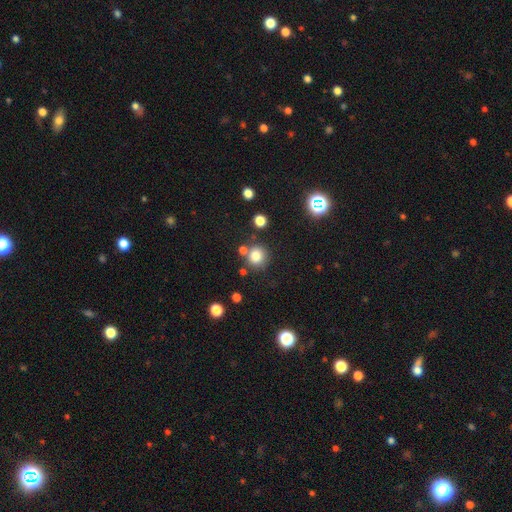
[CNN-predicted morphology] Q: Smooth or featured?
A: smooth (80%); runner-up: star or artifact (13%)
Q: How rounded?
A: round (89%); runner-up: in between (10%)
Q: Merging?
A: none (74%); runner-up: merger (12%)